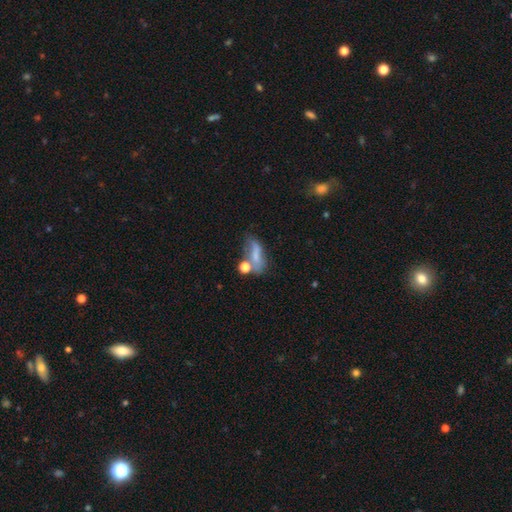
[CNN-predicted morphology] Q: Smooth or featured?
A: smooth (59%); runner-up: featured or disk (28%)
Q: How rounded?
A: in between (73%); runner-up: cigar-shaped (17%)
Q: Merging?
A: none (34%); runner-up: minor disturbance (23%)